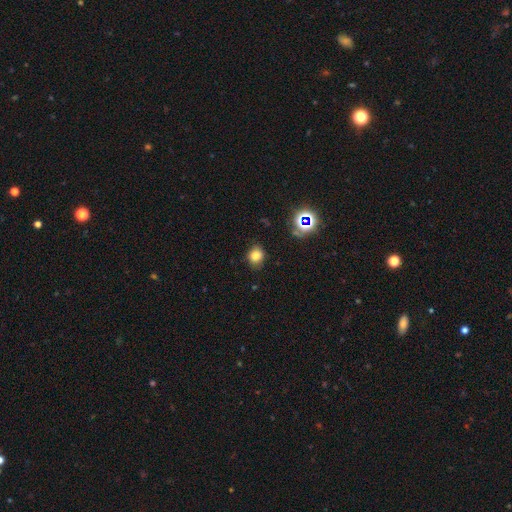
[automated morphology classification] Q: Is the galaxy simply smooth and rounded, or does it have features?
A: smooth — 75%.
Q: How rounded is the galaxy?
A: round — 65%.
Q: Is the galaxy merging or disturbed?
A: none — 83%.